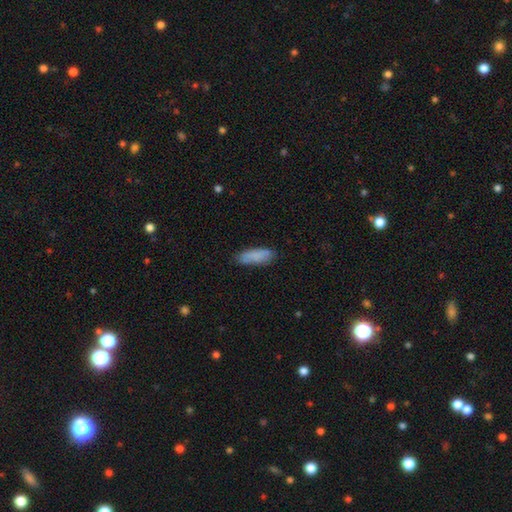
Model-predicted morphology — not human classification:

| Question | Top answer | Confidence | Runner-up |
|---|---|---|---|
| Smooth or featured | smooth | 83% | featured or disk (11%) |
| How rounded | in between | 61% | cigar-shaped (37%) |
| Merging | none | 77% | minor disturbance (18%) |